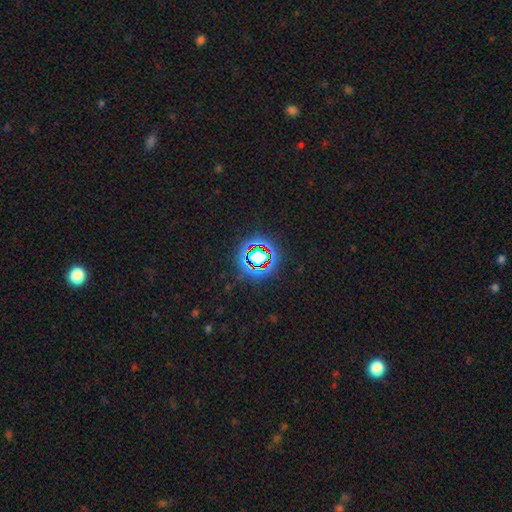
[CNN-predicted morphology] This is likely a star or artifact rather than a galaxy (75%).